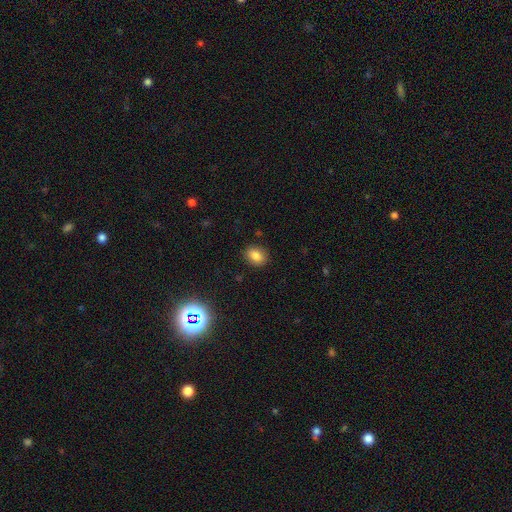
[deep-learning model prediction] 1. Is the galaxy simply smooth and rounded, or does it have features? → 81% smooth, 12% star or artifact, 7% featured or disk.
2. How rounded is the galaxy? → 57% in between, 42% round, 1% cigar-shaped.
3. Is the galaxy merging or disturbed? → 88% none, 9% minor disturbance, 2% major disturbance, 1% merger.